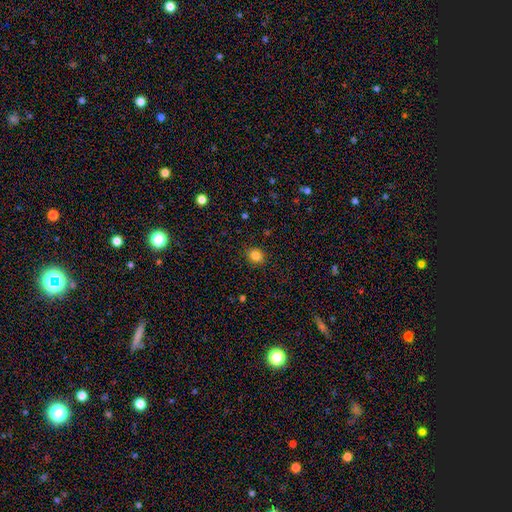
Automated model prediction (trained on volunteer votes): Smooth or featured? smooth (84%)
How rounded? round (74%)
Merging? none (90%)